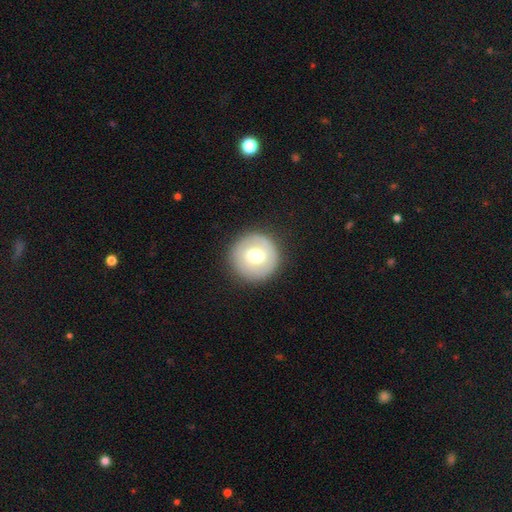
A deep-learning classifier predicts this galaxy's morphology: Smooth or featured: smooth — 60% (featured or disk — 32%)
How rounded: round — 96% (in between — 3%)
Merging: none — 88% (minor disturbance — 8%)